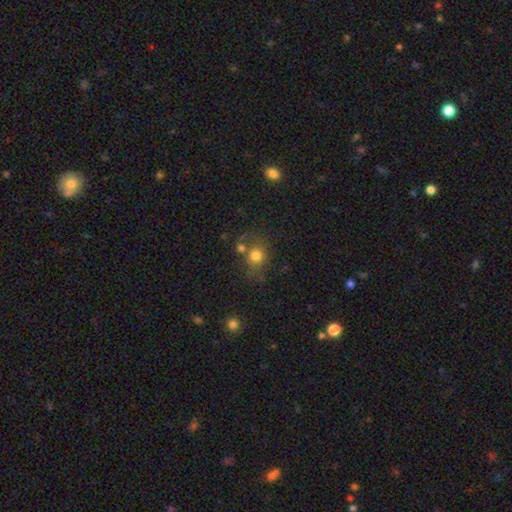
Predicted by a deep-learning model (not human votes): Smooth or featured: smooth — 73% (star or artifact — 14%)
How rounded: round — 74% (in between — 25%)
Merging: none — 52% (merger — 24%)